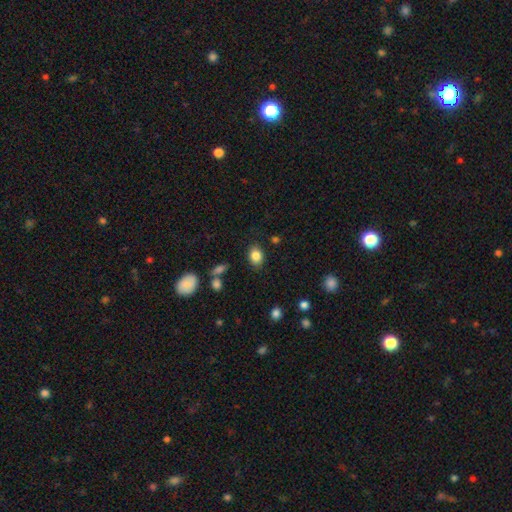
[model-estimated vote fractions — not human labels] A smooth galaxy with no disk features (84%) that is in between round and cigar-shaped (64%). Merging: none (83%).